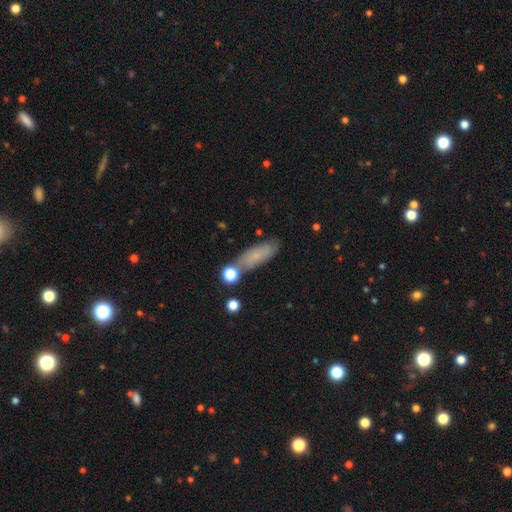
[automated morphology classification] The model was most divided on "how rounded": in between: 53%, cigar-shaped: 43%, round: 4%. More confident: merging — none (67%); smooth or featured — smooth (66%).